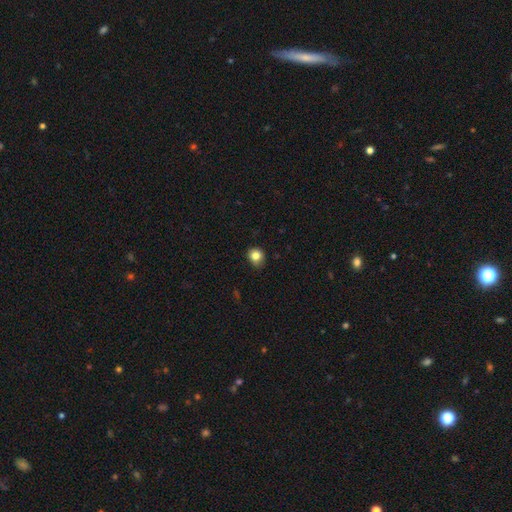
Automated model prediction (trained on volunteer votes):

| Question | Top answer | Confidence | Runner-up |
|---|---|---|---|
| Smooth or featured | smooth | 82% | star or artifact (11%) |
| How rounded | round | 68% | in between (32%) |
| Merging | none | 78% | minor disturbance (18%) |